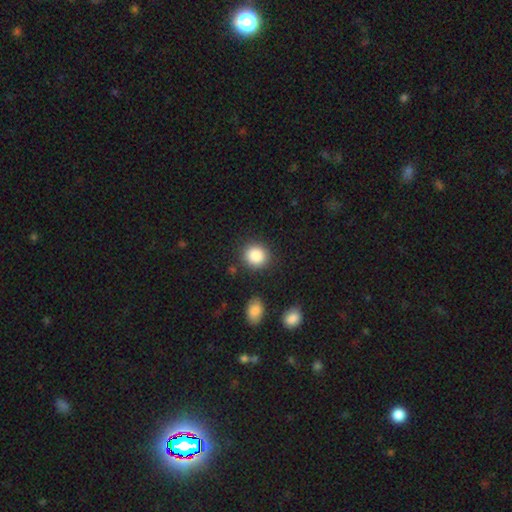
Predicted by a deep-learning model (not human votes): Smooth or featured? smooth (88%)
How rounded? round (83%)
Merging? none (86%)